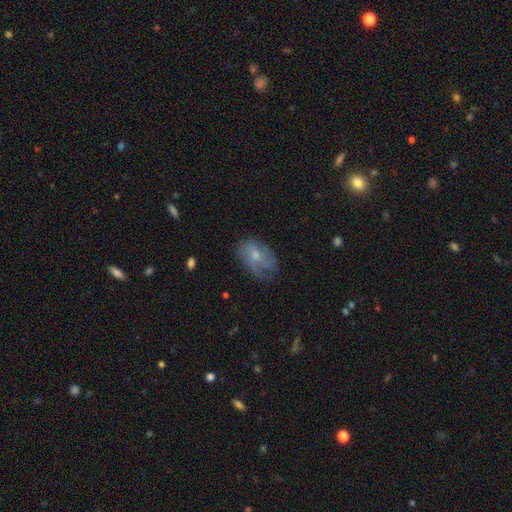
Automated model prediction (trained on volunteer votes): A featured or disk galaxy (47%).

Vote fractions:
- Smooth or featured? featured or disk: 47% / smooth: 45% / star or artifact: 8%
- Merging? none: 55% / minor disturbance: 29% / major disturbance: 15% / merger: 2%